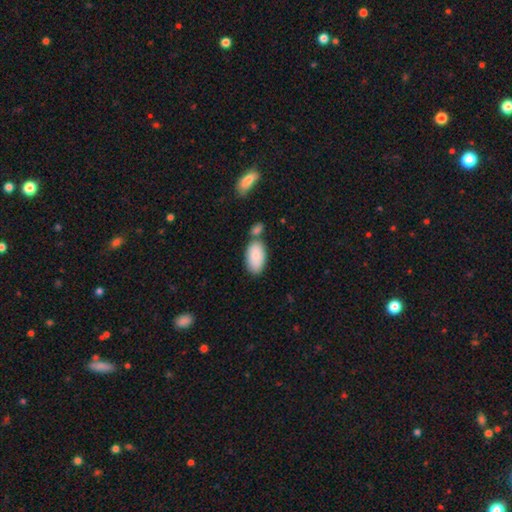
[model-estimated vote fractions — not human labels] Morphology: type=smooth (87%); roundness=in between (95%); merging=none (55%).